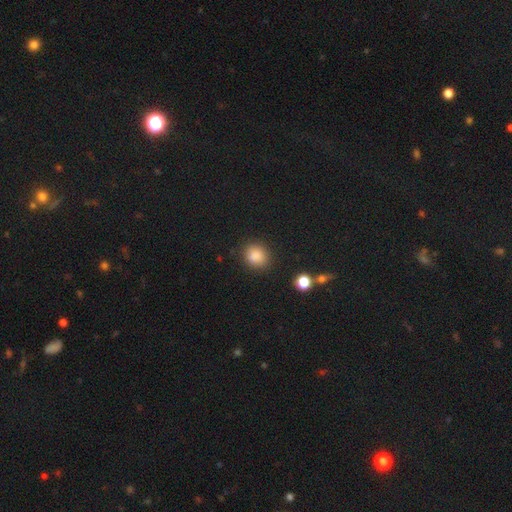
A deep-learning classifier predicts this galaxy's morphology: Smooth or featured? Predicted: smooth (p=0.86). How rounded? Predicted: round (p=0.75). Merging? Predicted: none (p=0.84).